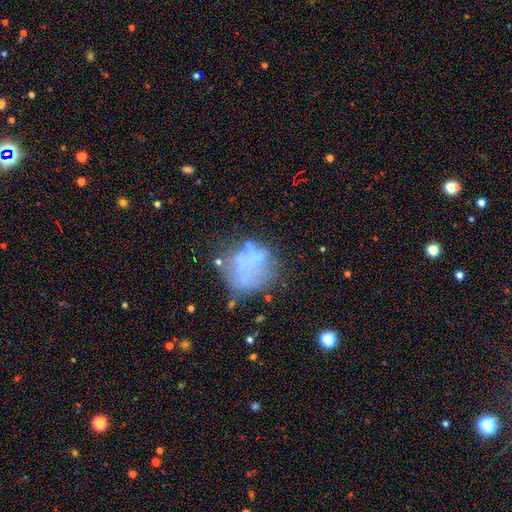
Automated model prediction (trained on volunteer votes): The model was most divided on "smooth or featured": smooth: 44%, featured or disk: 38%, star or artifact: 18%. Remaining: merging — none (48%).